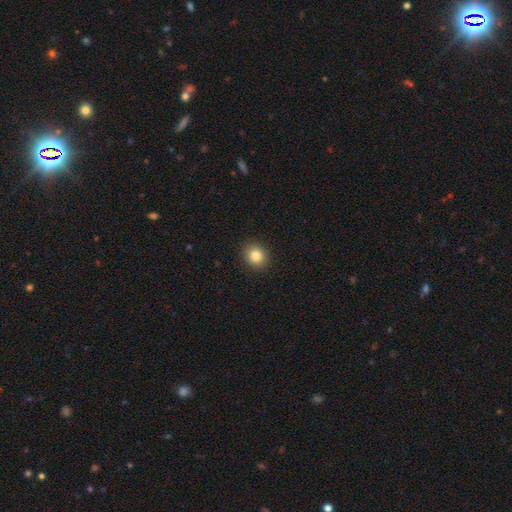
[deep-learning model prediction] This is clearly a smooth galaxy (83%). How rounded: likely round (70%). Merging: clearly none (91%).